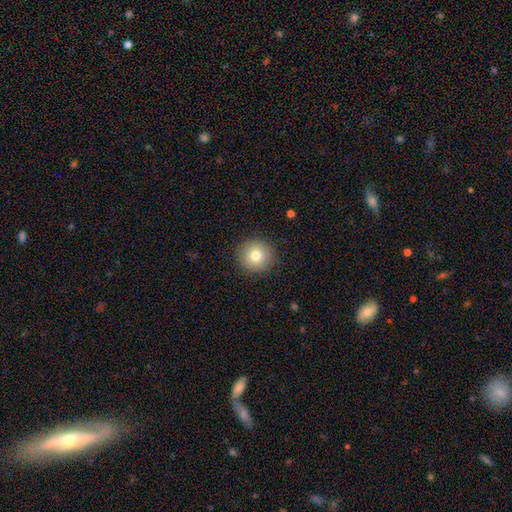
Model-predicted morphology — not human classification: Overall: smooth (79%). How rounded: round (95%). Merging: none (91%).